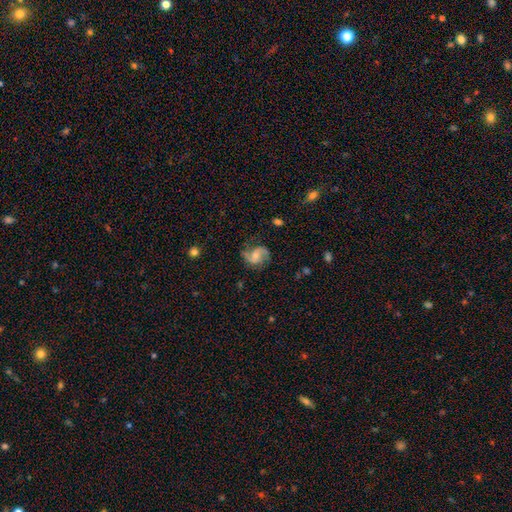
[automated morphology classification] Q: Smooth or featured?
A: featured or disk (80%); runner-up: smooth (13%)
Q: Edge-on disk?
A: no (98%); runner-up: yes (2%)
Q: Bar?
A: no (50%); runner-up: weak (40%)
Q: Spiral arms?
A: yes (96%); runner-up: no (4%)
Q: Spiral winding?
A: medium (47%); runner-up: loose (39%)
Q: Spiral arm count?
A: 2 (90%); runner-up: can't tell (3%)
Q: Bulge size?
A: moderate (46%); runner-up: small (43%)
Q: Merging?
A: none (72%); runner-up: minor disturbance (19%)